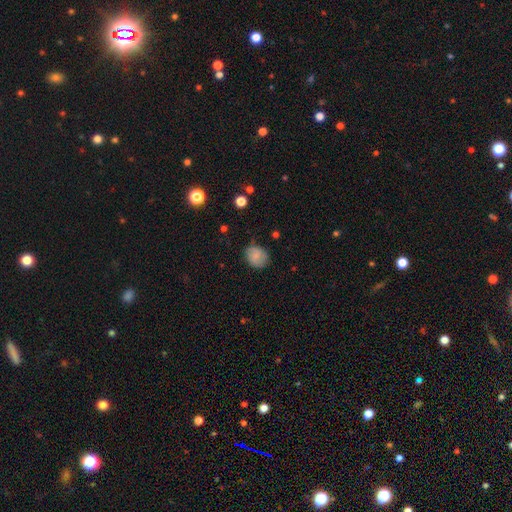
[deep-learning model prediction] The model was most divided on "how rounded": round: 63%, in between: 36%, cigar-shaped: 1%. More confident: merging — none (75%); smooth or featured — smooth (74%).